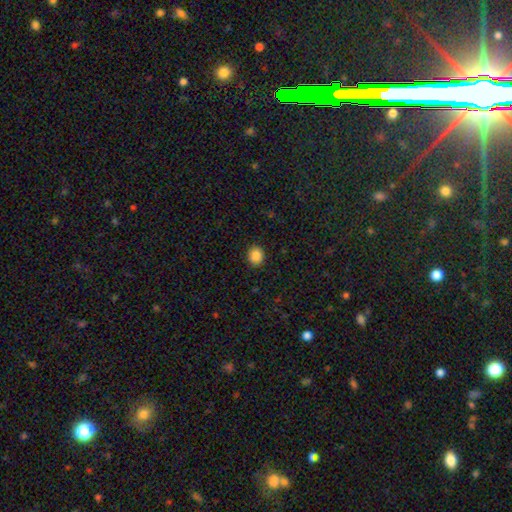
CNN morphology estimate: type=smooth (85%); roundness=round (75%); merging=none (90%).